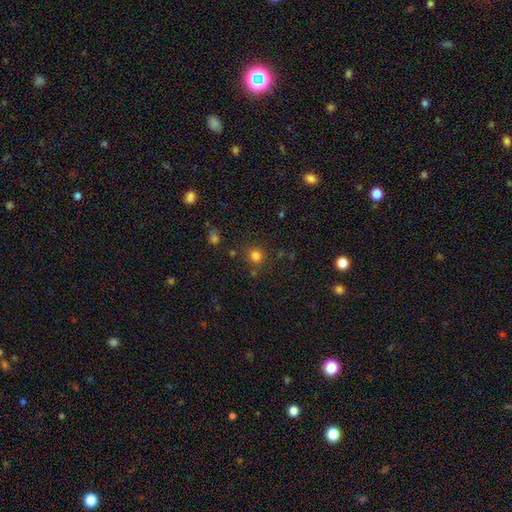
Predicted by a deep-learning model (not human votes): A smooth galaxy with no disk features (78%) that is round (89%). Merging: none (79%).